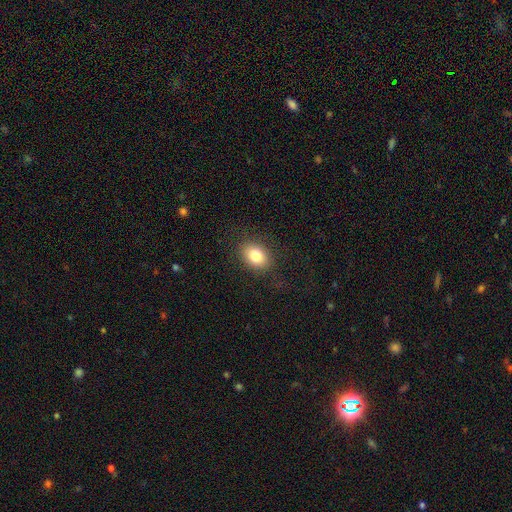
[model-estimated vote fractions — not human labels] smooth 82%, star or artifact 9%, featured or disk 9%. Down the decision tree: how rounded — in between (71%); merging — none (86%).